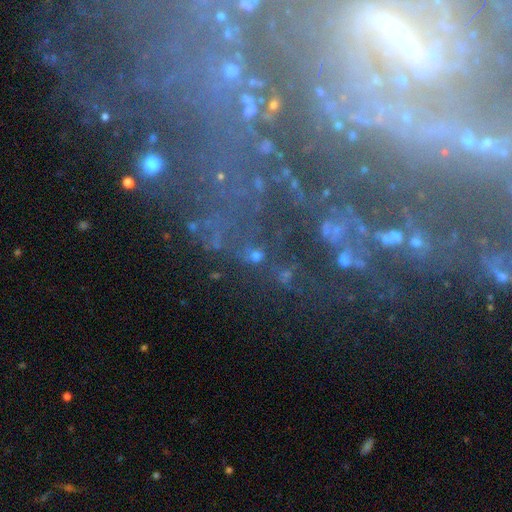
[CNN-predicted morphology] This appears to be a star or artifact, not a galaxy (42%).